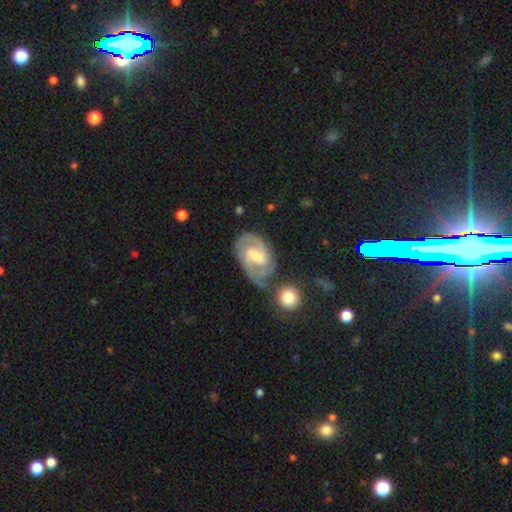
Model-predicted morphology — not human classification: Smooth or featured? Predicted: featured or disk (p=0.86). Edge-on disk? Predicted: no (p=0.97). Bar? Predicted: weak (p=0.54). Spiral arms? Predicted: yes (p=0.97). Spiral winding? Predicted: tight (p=0.49). Spiral arm count? Predicted: 2 (p=0.82). Bulge size? Predicted: moderate (p=0.46). Merging? Predicted: none (p=0.65).